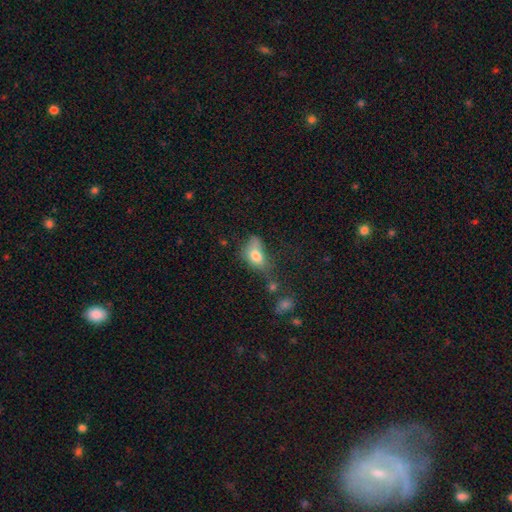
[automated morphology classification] Q: Smooth or featured?
A: smooth (74%); runner-up: featured or disk (16%)
Q: How rounded?
A: in between (81%); runner-up: round (16%)
Q: Merging?
A: major disturbance (30%); tied with: minor disturbance (30%)